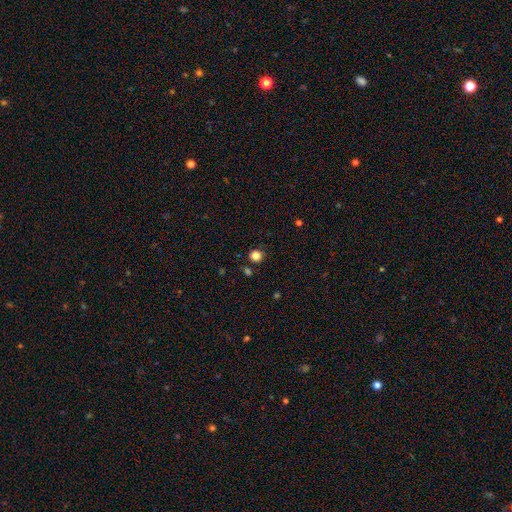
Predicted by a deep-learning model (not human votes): Smooth or featured?
  - smooth: 83% *
  - star or artifact: 13%
  - featured or disk: 4%
How rounded?
  - round: 89% *
  - in between: 11%
  - cigar-shaped: 1%
Merging?
  - none: 86% *
  - minor disturbance: 8%
  - merger: 4%
  - major disturbance: 2%